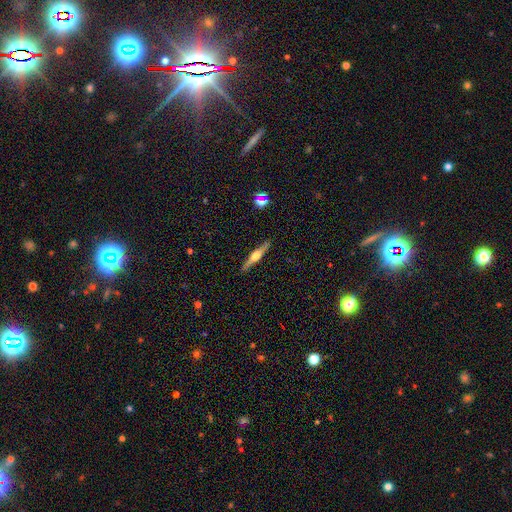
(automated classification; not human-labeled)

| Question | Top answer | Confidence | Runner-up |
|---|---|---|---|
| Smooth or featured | featured or disk | 71% | smooth (23%) |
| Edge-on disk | yes | 97% | no (3%) |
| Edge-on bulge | rounded | 92% | boxy (5%) |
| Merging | none | 91% | minor disturbance (7%) |